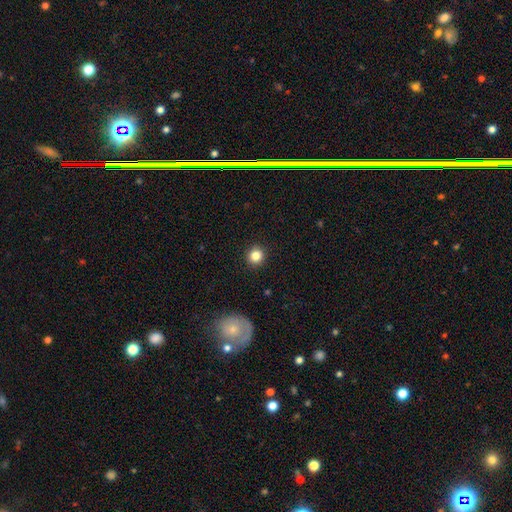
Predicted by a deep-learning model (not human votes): Smooth or featured: smooth — 83% (star or artifact — 11%)
How rounded: round — 92% (in between — 7%)
Merging: none — 92% (minor disturbance — 5%)